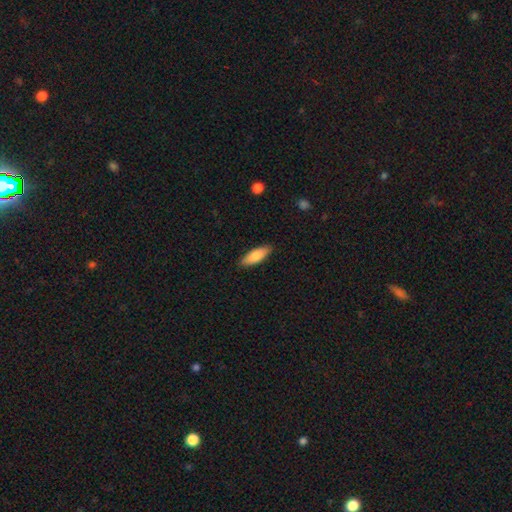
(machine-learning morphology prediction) A smooth galaxy with no disk features (82%) that is in between round and cigar-shaped (63%). Merging: none (88%).